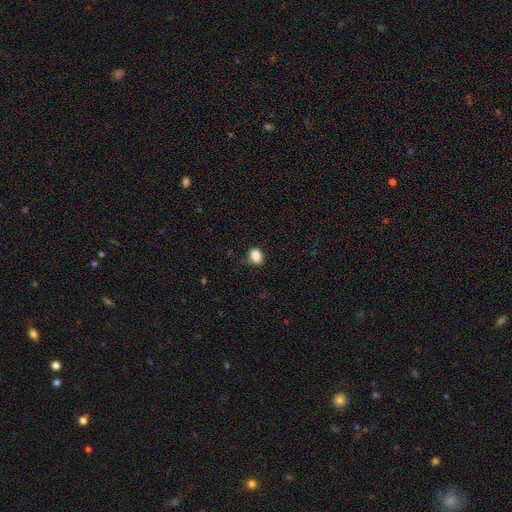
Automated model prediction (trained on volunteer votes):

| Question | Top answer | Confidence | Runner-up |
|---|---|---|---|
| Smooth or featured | smooth | 87% | star or artifact (9%) |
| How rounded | in between | 65% | round (34%) |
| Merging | none | 72% | minor disturbance (22%) |